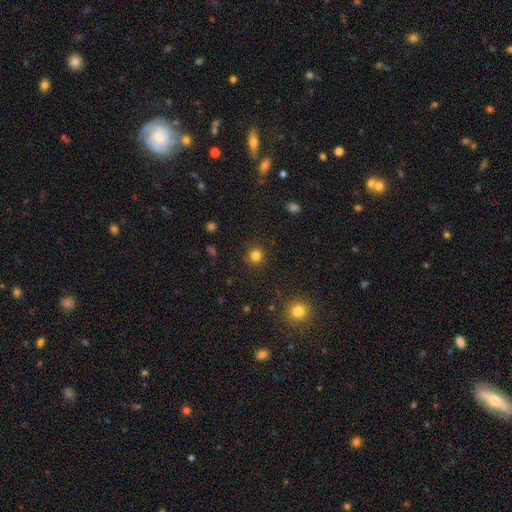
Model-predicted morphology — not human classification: smooth_or_featured: smooth (p=0.81) [alt: star or artifact p=0.14]
how_rounded: round (p=0.92) [alt: in between p=0.07]
merging: none (p=0.89) [alt: minor disturbance p=0.07]